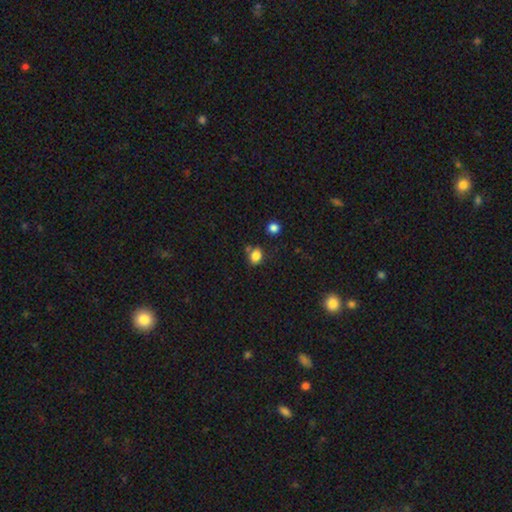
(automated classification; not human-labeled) This is clearly a smooth galaxy (83%). How rounded: possibly in between (58%). Merging: likely none (67%).